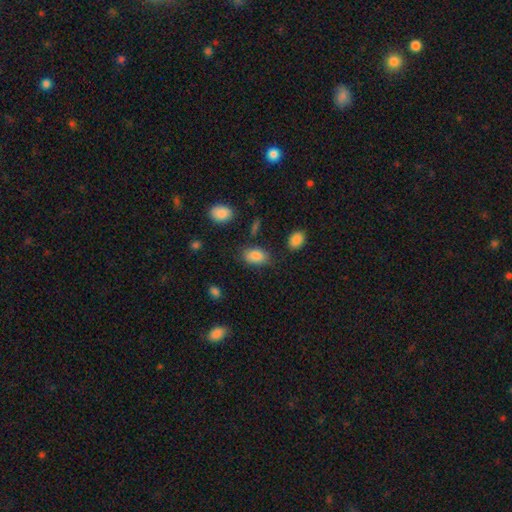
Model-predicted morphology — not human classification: A smooth galaxy with no disk features (84%) that is in between round and cigar-shaped (88%).

Vote fractions:
- Smooth or featured? smooth: 84% / star or artifact: 8% / featured or disk: 8%
- How rounded? in between: 88% / round: 10% / cigar-shaped: 1%
- Merging? none: 74% / minor disturbance: 17% / major disturbance: 5% / merger: 4%